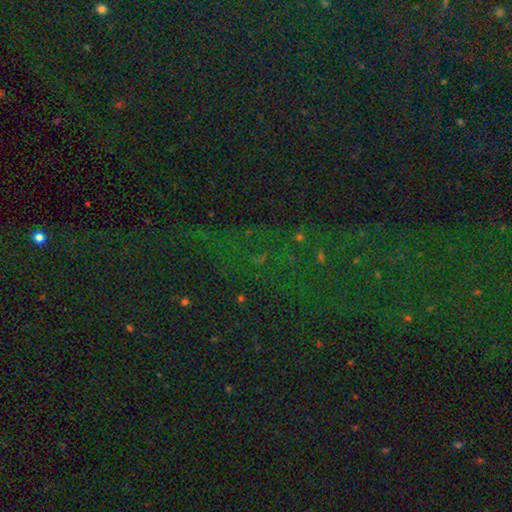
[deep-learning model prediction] star or artifact 81%, smooth 11%, featured or disk 8%.